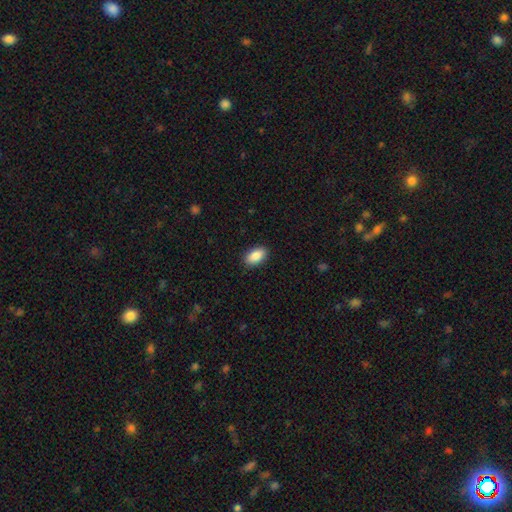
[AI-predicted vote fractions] A smooth galaxy with no disk features (88%) that is in between round and cigar-shaped (93%).

Vote fractions:
- Smooth or featured? smooth: 88% / star or artifact: 7% / featured or disk: 5%
- How rounded? in between: 93% / round: 4% / cigar-shaped: 2%
- Merging? none: 89% / minor disturbance: 8% / major disturbance: 2% / merger: 1%